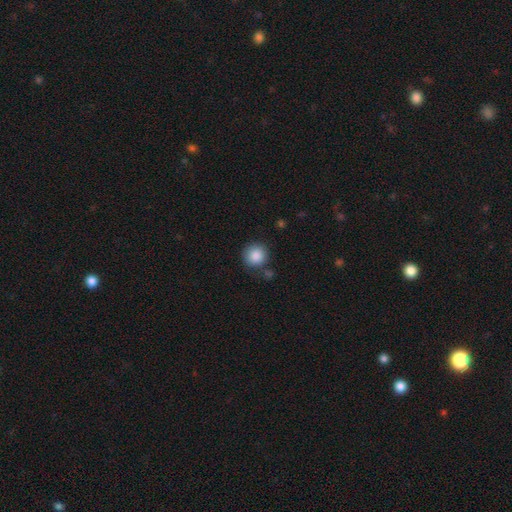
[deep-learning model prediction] The model was most divided on "merging": none: 79%, minor disturbance: 11%, merger: 6%, major disturbance: 4%. More confident: how rounded — round (93%); smooth or featured — smooth (88%).